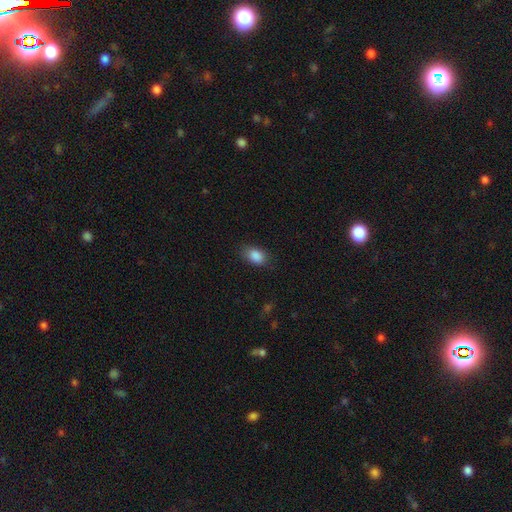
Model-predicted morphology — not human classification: smooth 88%, star or artifact 8%, featured or disk 4%. Down the decision tree: how rounded — in between (84%); merging — none (80%).